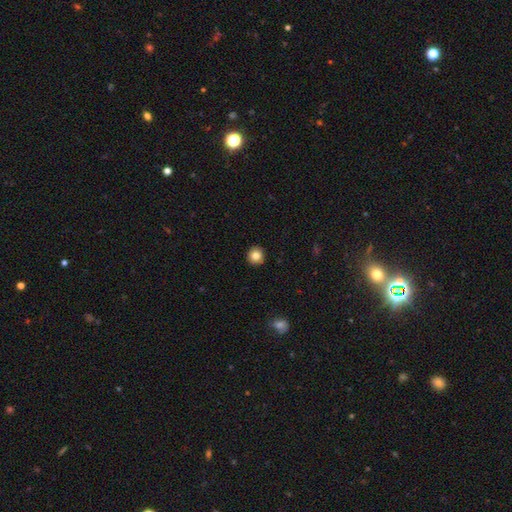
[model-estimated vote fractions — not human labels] Smooth or featured: smooth — 83% (star or artifact — 10%)
How rounded: round — 94% (in between — 5%)
Merging: none — 93% (minor disturbance — 5%)